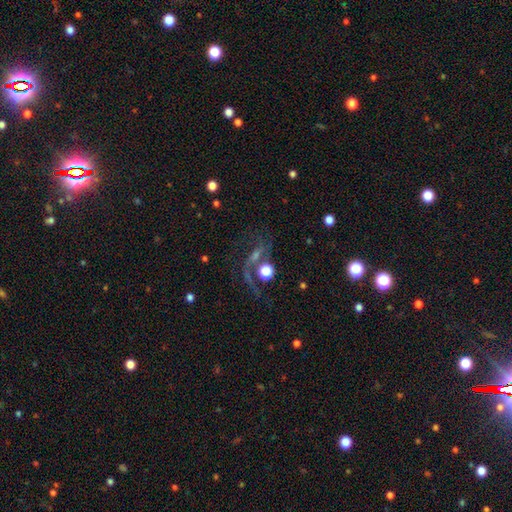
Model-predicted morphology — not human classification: A featured or disk galaxy (60%) with no bar (45%), spiral arms (82%) and a moderate central bulge (42%). Merging: none (50%).